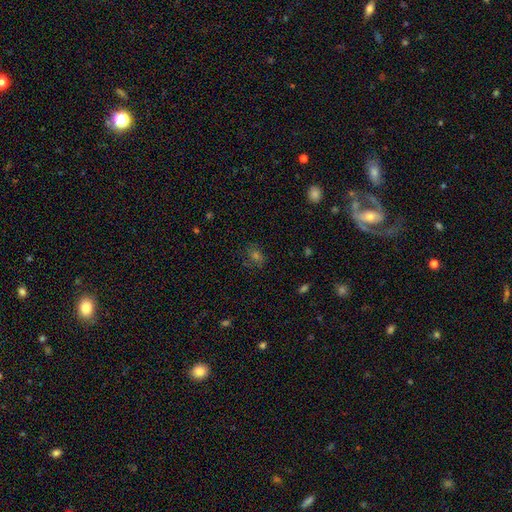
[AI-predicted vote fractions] Overall: smooth (38%; star or artifact 36%). Merging: none (75%).